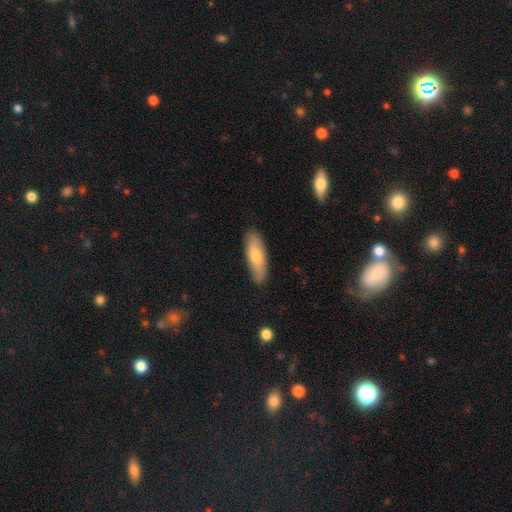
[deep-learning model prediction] Morphology: type=smooth (71%); roundness=in between (55%); merging=none (86%).